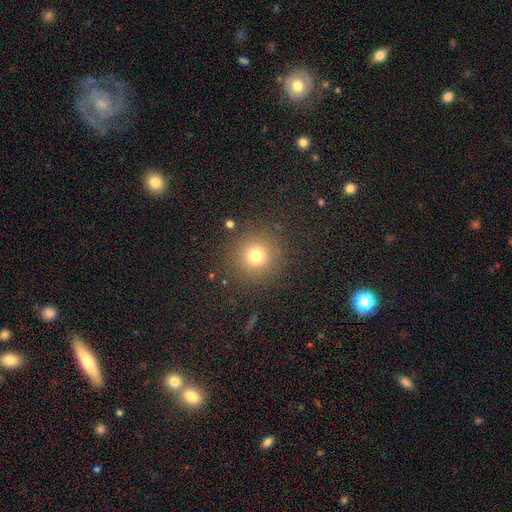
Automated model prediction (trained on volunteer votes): Smooth or featured: smooth — 73% (star or artifact — 17%)
How rounded: round — 95% (in between — 4%)
Merging: none — 88% (minor disturbance — 7%)